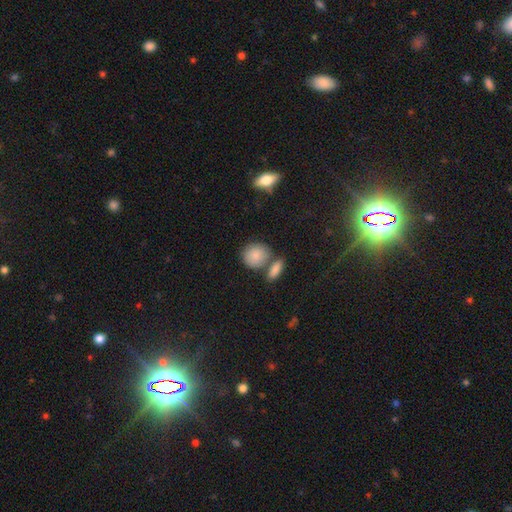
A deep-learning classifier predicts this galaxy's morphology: The model was most divided on "merging": none: 60%, merger: 25%, minor disturbance: 11%, major disturbance: 4%. More confident: smooth or featured — smooth (83%); how rounded — round (71%).